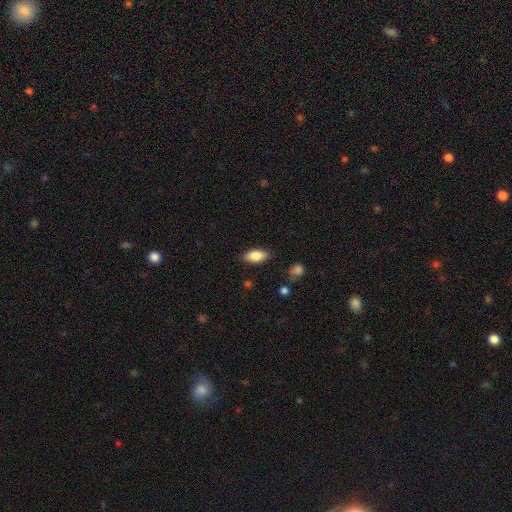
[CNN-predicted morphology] Q: Smooth or featured?
A: smooth (84%); runner-up: featured or disk (9%)
Q: How rounded?
A: in between (88%); runner-up: cigar-shaped (10%)
Q: Merging?
A: none (86%); runner-up: minor disturbance (10%)